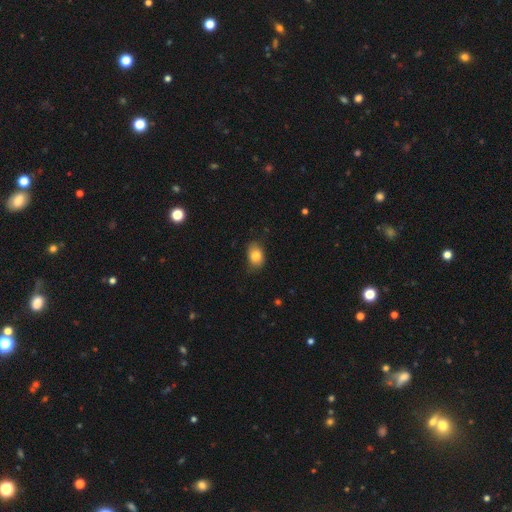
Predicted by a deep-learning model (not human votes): Overall: smooth (83%). How rounded: in between (74%). Merging: none (73%).